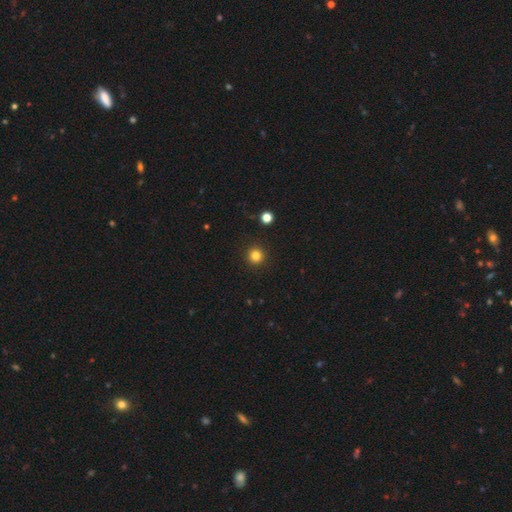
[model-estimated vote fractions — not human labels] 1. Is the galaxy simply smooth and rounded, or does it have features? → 82% smooth, 13% star or artifact, 5% featured or disk.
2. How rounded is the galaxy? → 95% round, 4% in between, 1% cigar-shaped.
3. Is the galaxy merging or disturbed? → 93% none, 4% minor disturbance, 2% major disturbance, 1% merger.